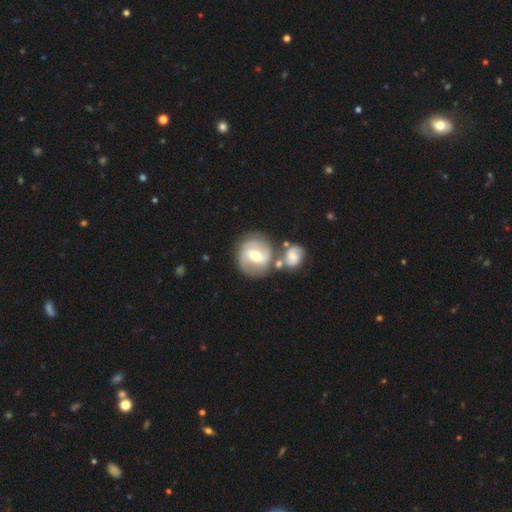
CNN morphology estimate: This is likely a featured or disk galaxy (72%). It is clearly not viewed edge-on (97%). Bar: possibly weak (48%). Spiral arm pattern: clearly yes (87%). Spiral arm count: likely 2 (74%). Spiral winding: possibly medium (46%). Central bulge: likely moderate (65%). Merging: possibly none (59%).